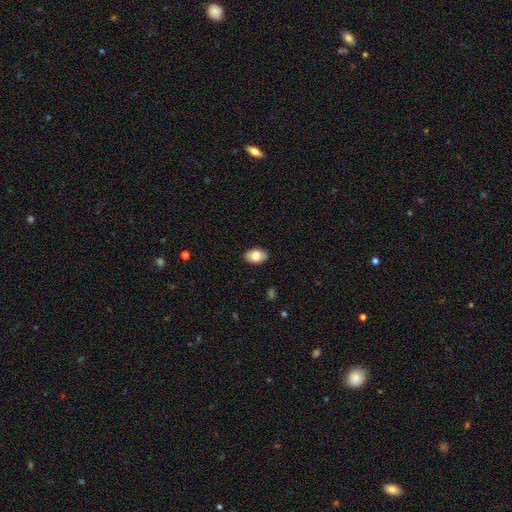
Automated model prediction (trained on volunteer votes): A smooth galaxy with no disk features (81%) that is in between round and cigar-shaped (90%).

Vote fractions:
- Smooth or featured? smooth: 81% / featured or disk: 12% / star or artifact: 7%
- How rounded? in between: 90% / round: 9% / cigar-shaped: 1%
- Merging? none: 86% / minor disturbance: 11% / major disturbance: 2% / merger: 1%